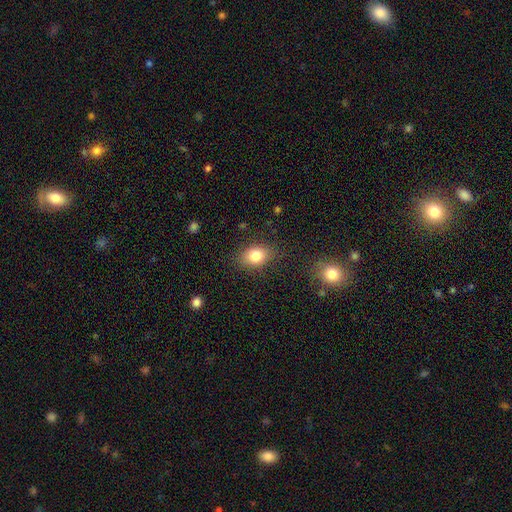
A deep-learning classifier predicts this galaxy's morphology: Smooth or featured? Predicted: smooth (p=0.81). How rounded? Predicted: in between (p=0.70). Merging? Predicted: none (p=0.83).